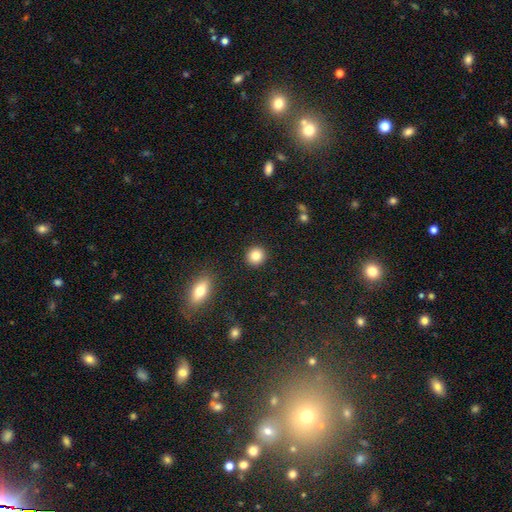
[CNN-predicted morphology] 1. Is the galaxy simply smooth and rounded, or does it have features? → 85% smooth, 9% star or artifact, 5% featured or disk.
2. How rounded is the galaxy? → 90% round, 9% in between, 1% cigar-shaped.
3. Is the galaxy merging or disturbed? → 91% none, 5% minor disturbance, 2% major disturbance, 2% merger.